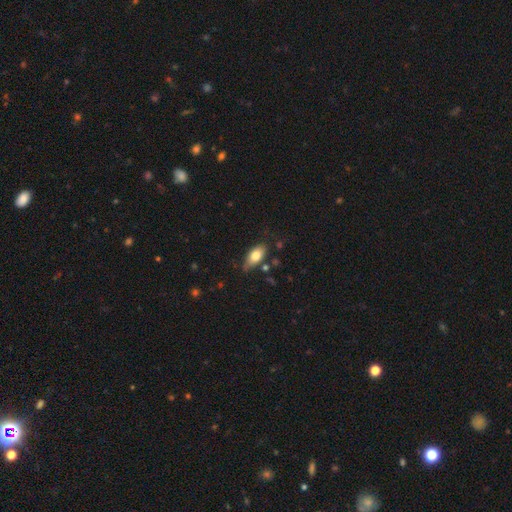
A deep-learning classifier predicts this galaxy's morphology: smooth-or-featured: smooth: 75% | featured or disk: 18% | star or artifact: 7%
  how-rounded: in between: 88% | cigar-shaped: 9% | round: 4%
  merging: none: 68% | minor disturbance: 24% | major disturbance: 5% | merger: 4%